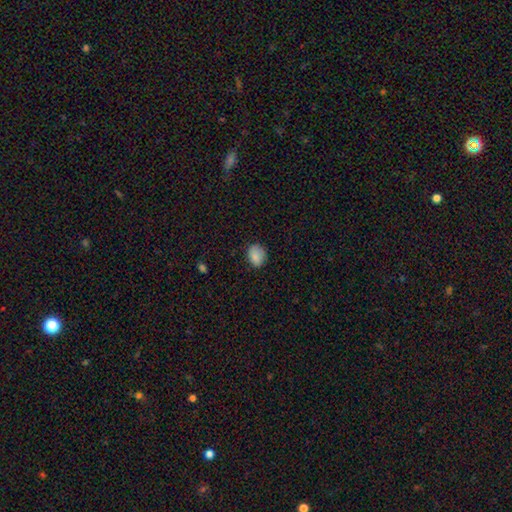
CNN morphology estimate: type=smooth (86%); roundness=in between (57%); merging=none (76%).